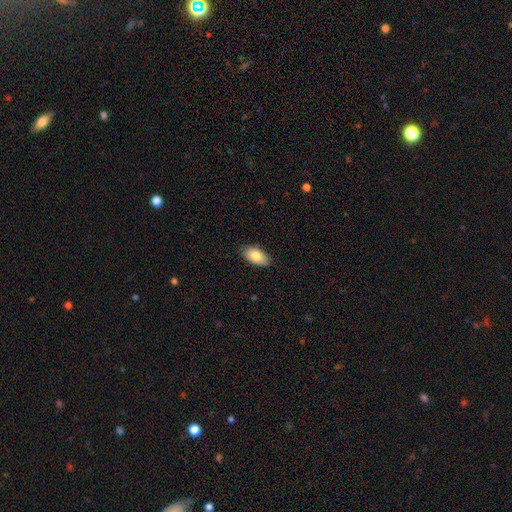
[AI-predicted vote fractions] Smooth or featured: smooth — 83% (featured or disk — 11%)
How rounded: in between — 94% (round — 3%)
Merging: none — 84% (minor disturbance — 13%)